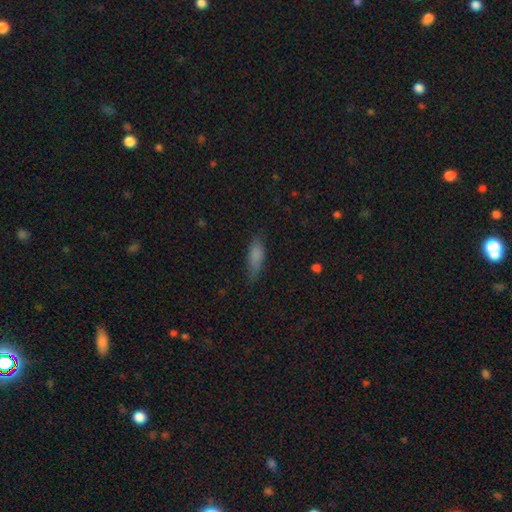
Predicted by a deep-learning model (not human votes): Overall: smooth (80%). How rounded: in between (57%; cigar-shaped 41%). Merging: none (71%).